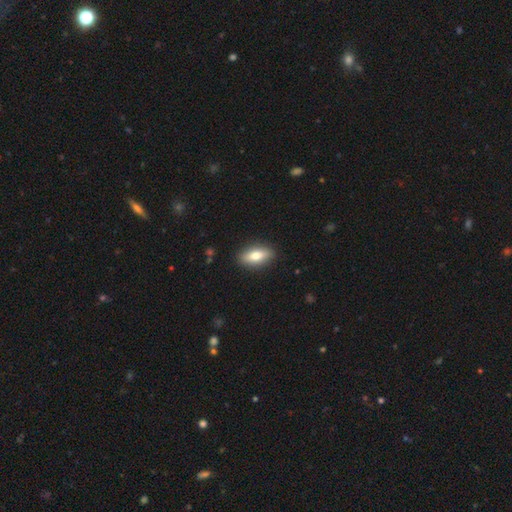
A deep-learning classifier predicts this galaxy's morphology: A smooth galaxy with no disk features (75%) that is in between round and cigar-shaped (81%). Merging: none (88%).